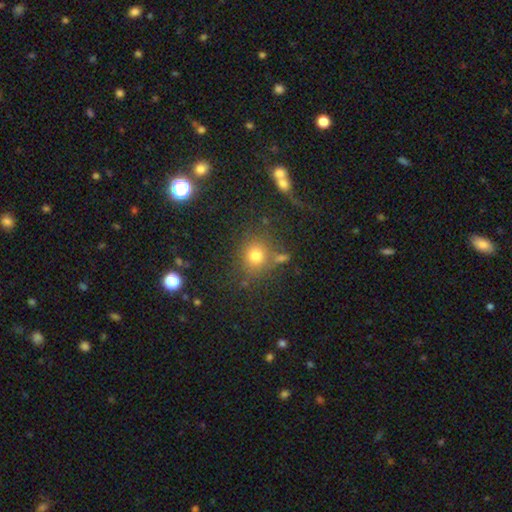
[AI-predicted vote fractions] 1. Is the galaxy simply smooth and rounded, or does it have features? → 73% smooth, 17% star or artifact, 10% featured or disk.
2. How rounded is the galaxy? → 83% round, 16% in between, 1% cigar-shaped.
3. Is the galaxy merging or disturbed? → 72% none, 12% minor disturbance, 9% merger, 6% major disturbance.